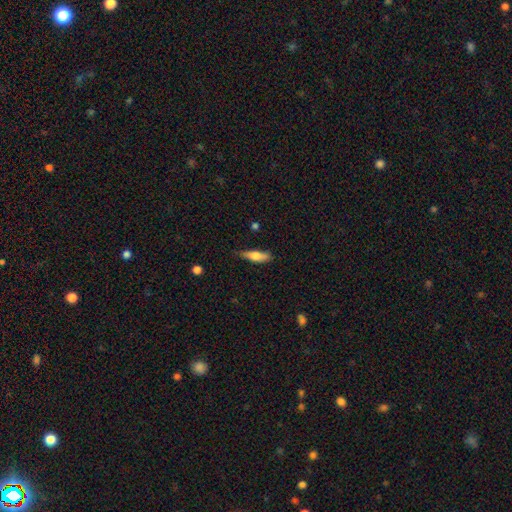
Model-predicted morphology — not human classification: type=smooth (69%); roundness=cigar-shaped (52%); merging=none (67%).